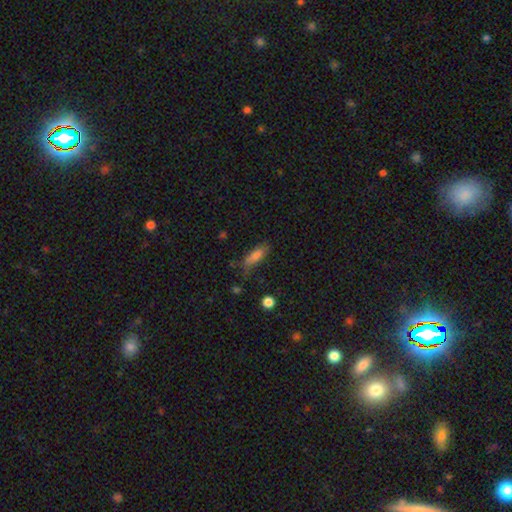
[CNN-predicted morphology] Smooth or featured?
  - smooth: 78% *
  - featured or disk: 13%
  - star or artifact: 9%
How rounded?
  - cigar-shaped: 51% *
  - in between: 47%
  - round: 2%
Merging?
  - none: 64% *
  - minor disturbance: 25%
  - major disturbance: 7%
  - merger: 3%